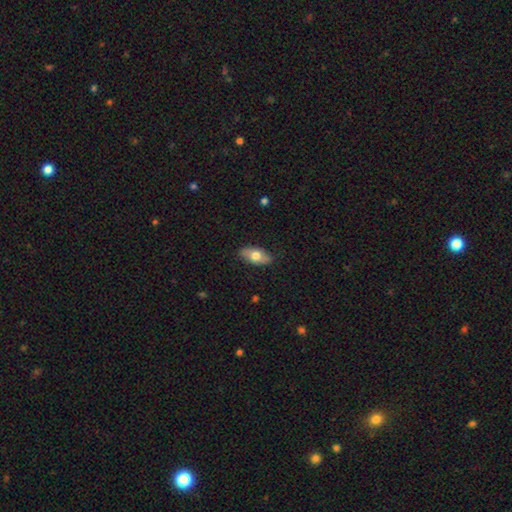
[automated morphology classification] Q: Smooth or featured?
A: smooth (68%); runner-up: featured or disk (26%)
Q: How rounded?
A: in between (90%); runner-up: cigar-shaped (6%)
Q: Merging?
A: none (84%); runner-up: minor disturbance (13%)